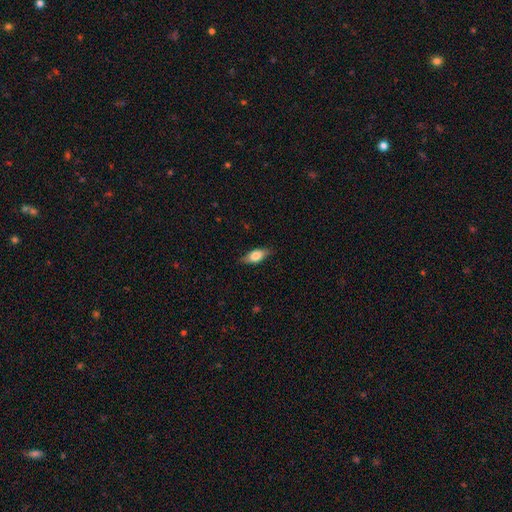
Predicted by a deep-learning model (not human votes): This is likely a smooth galaxy (72%). How rounded: likely in between (80%). Merging: clearly none (82%).